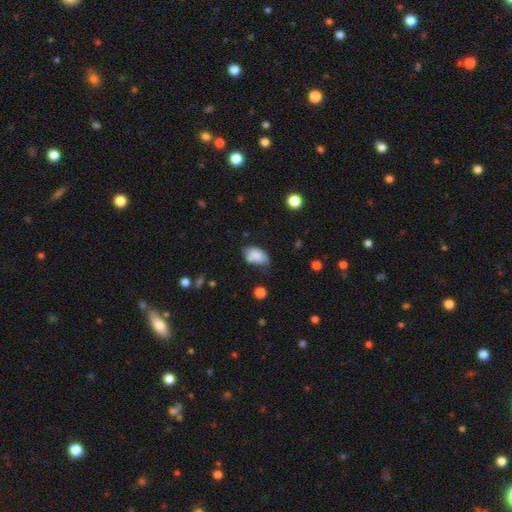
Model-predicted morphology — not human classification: Smooth or featured?
  - smooth: 81% *
  - featured or disk: 11%
  - star or artifact: 9%
How rounded?
  - in between: 90% *
  - round: 8%
  - cigar-shaped: 2%
Merging?
  - none: 50% *
  - minor disturbance: 28%
  - merger: 14%
  - major disturbance: 8%